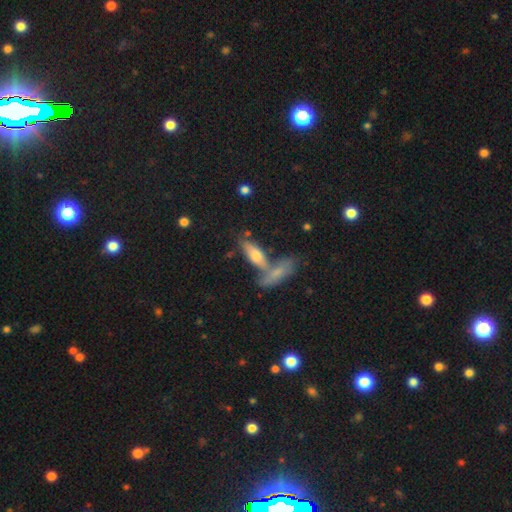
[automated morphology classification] Smooth or featured? Predicted: smooth (p=0.62). How rounded? Predicted: in between (p=0.55). Merging? Predicted: none (p=0.45).